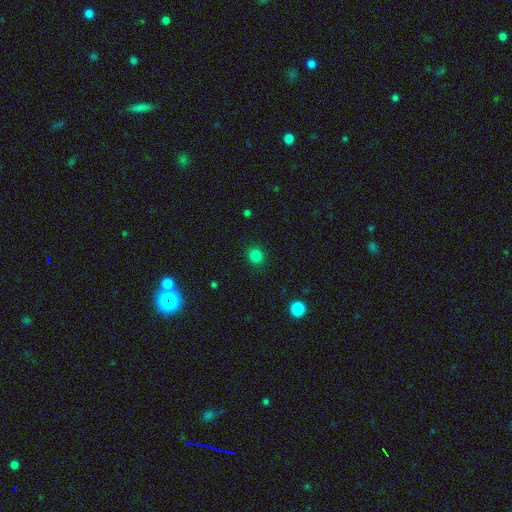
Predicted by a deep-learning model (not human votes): A smooth galaxy with no disk features (82%) that is round (88%).

Vote fractions:
- Smooth or featured? smooth: 82% / star or artifact: 14% / featured or disk: 3%
- How rounded? round: 88% / in between: 11% / cigar-shaped: 1%
- Merging? none: 90% / minor disturbance: 6% / major disturbance: 2% / merger: 1%